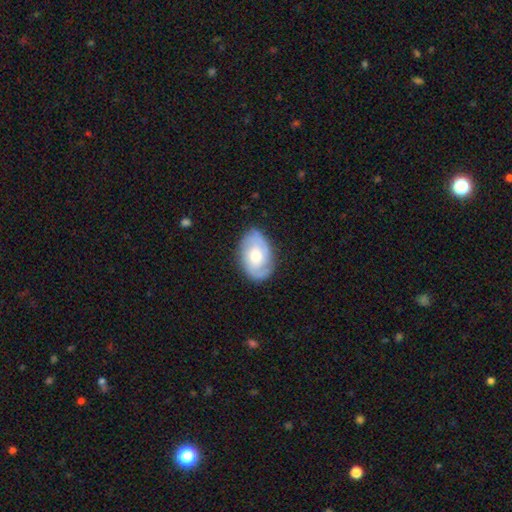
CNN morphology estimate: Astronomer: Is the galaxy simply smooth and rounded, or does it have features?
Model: featured or disk — 65%.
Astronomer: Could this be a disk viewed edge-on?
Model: no — 95%.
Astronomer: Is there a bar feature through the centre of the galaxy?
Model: no — 66%.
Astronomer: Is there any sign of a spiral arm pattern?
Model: yes — 86%.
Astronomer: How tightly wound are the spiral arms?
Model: tight — 46% (runner-up: medium, 39%).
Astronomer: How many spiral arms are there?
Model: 2 — 68%.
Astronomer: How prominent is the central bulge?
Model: moderate — 65%.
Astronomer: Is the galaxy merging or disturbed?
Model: none — 79%.